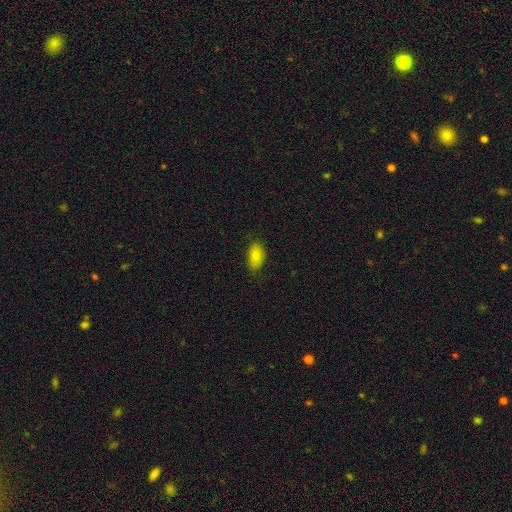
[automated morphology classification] type=smooth (82%); roundness=in between (92%); merging=none (82%).